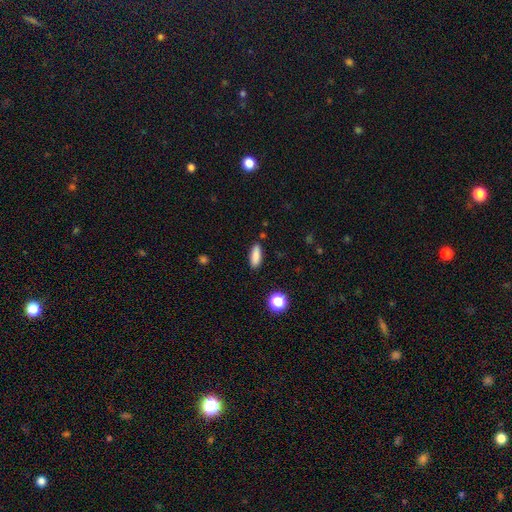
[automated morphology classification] smooth_or_featured: smooth (p=0.85) [alt: star or artifact p=0.09]
how_rounded: in between (p=0.59) [alt: cigar-shaped p=0.38]
merging: none (p=0.88) [alt: minor disturbance p=0.09]